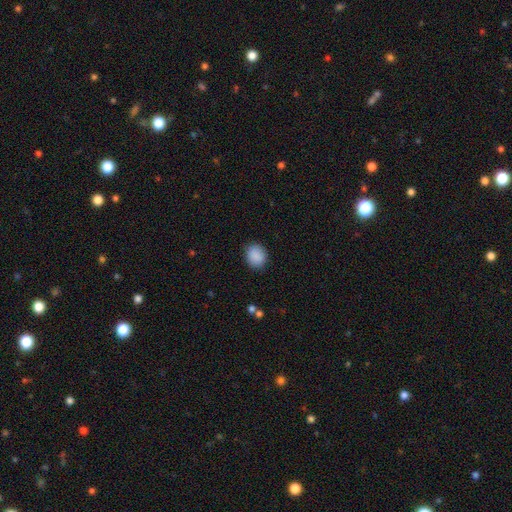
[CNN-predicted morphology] smooth 89%, star or artifact 8%, featured or disk 3%. Down the decision tree: how rounded — round (66%); merging — none (87%).